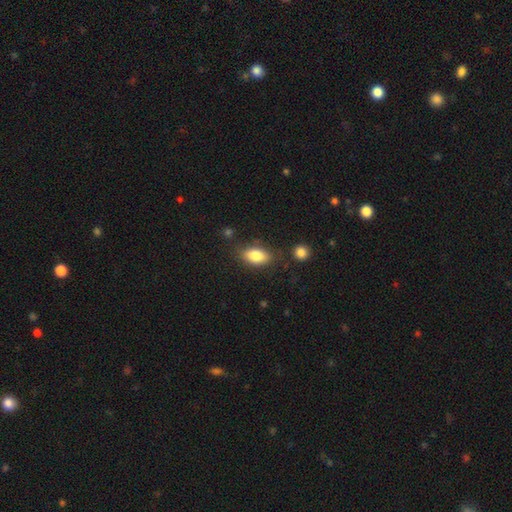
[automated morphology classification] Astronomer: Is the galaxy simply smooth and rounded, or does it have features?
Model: smooth — 83%.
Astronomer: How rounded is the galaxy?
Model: in between — 89%.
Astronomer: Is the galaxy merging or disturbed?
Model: none — 79%.